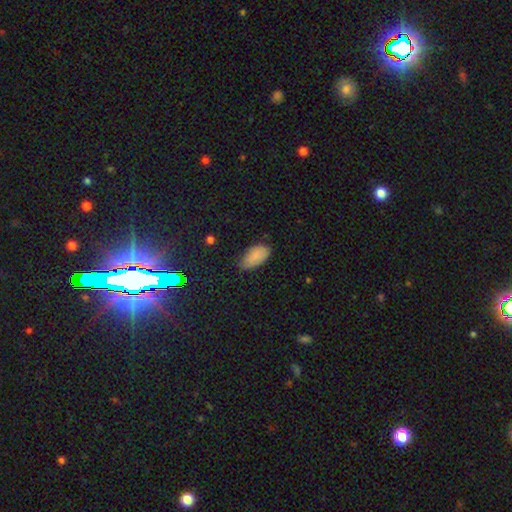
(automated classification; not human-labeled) Morphology: type=smooth (83%); roundness=in between (94%); merging=none (66%).